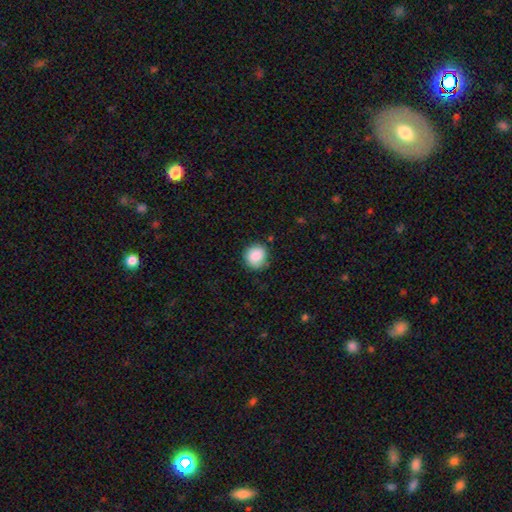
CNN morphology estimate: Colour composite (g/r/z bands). It shows a smooth galaxy with no disk features (88%) that is round (86%). Merging: none (81%).